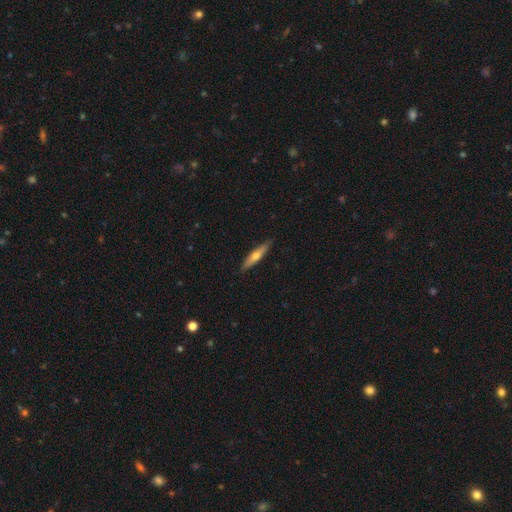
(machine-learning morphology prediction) Smooth or featured? Predicted: featured or disk (p=0.48). Merging? Predicted: none (p=0.89).